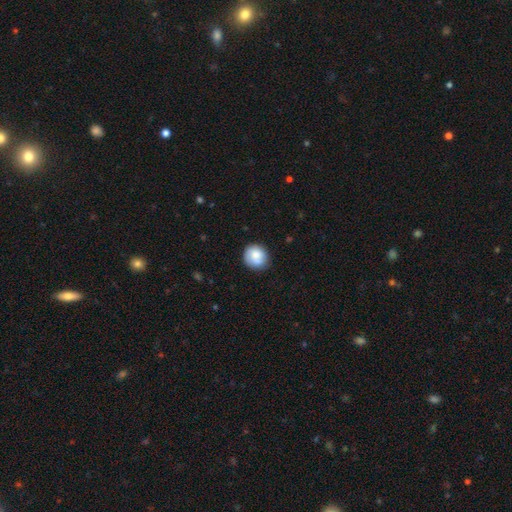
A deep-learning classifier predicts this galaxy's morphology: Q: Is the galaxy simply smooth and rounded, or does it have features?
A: smooth — 81%.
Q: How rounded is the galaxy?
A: round — 86%.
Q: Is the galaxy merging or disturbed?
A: none — 80%.